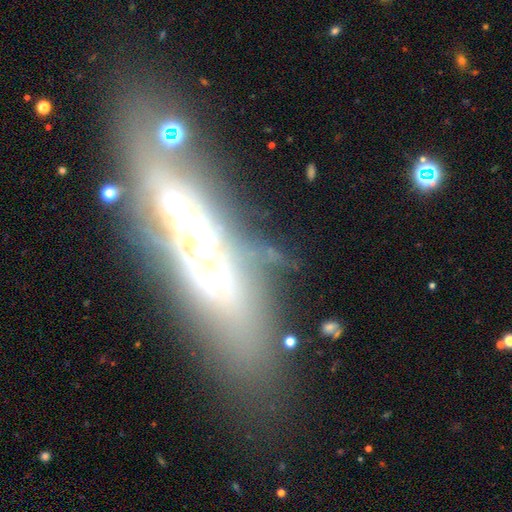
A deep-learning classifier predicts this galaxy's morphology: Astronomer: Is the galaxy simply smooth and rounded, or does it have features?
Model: featured or disk — 65%.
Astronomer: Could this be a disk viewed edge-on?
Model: yes — 56% (runner-up: no, 44%).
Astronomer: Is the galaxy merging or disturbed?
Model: none — 62%.